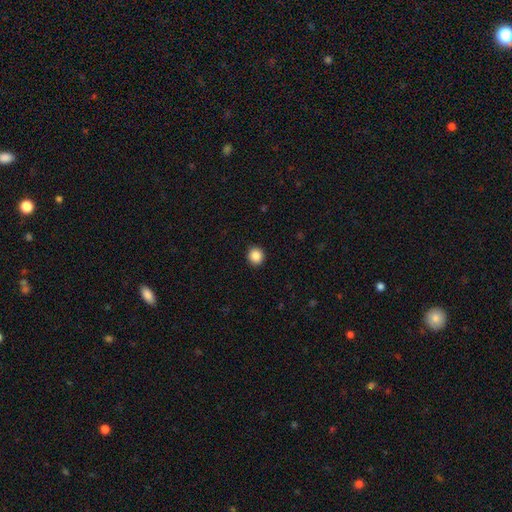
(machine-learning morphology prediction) Overall: smooth (87%). How rounded: round (88%). Merging: none (92%).